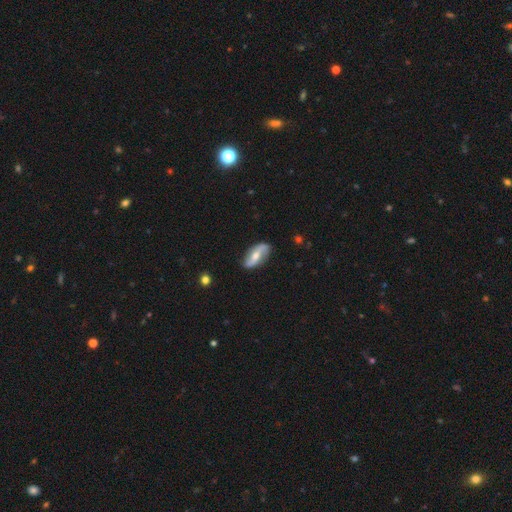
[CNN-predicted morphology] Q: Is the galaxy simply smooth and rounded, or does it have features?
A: featured or disk — 73%.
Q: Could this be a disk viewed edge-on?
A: no — 91%.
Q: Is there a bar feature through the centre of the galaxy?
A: weak — 37%.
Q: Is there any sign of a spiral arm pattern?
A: yes — 89%.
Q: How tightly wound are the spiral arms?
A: loose — 73%.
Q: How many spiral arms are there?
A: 2 — 92%.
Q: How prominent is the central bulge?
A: moderate — 64%.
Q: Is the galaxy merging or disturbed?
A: none — 82%.